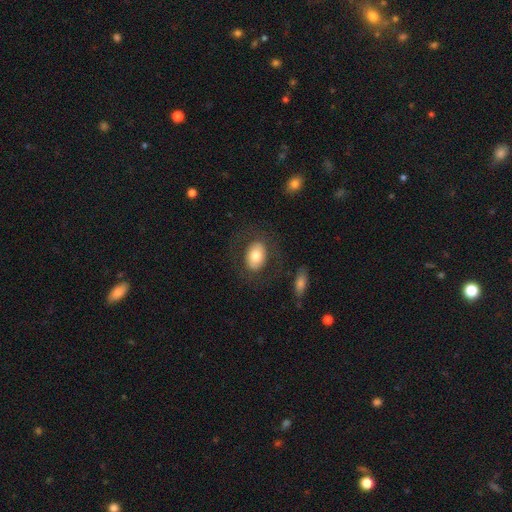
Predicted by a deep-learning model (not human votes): A smooth galaxy with no disk features (70%) that is in between round and cigar-shaped (80%).

Vote fractions:
- Smooth or featured? smooth: 70% / featured or disk: 24% / star or artifact: 7%
- How rounded? in between: 80% / round: 18% / cigar-shaped: 1%
- Merging? none: 79% / minor disturbance: 11% / major disturbance: 8% / merger: 2%